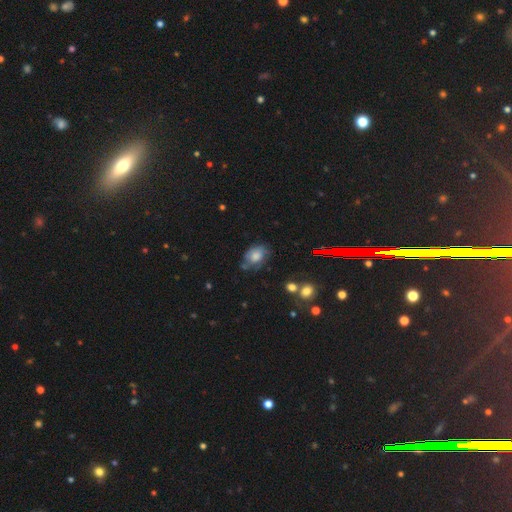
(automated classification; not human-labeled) The model was most divided on "smooth or featured": smooth: 55%, featured or disk: 33%, star or artifact: 11%. More confident: how rounded — in between (74%); merging — none (54%).